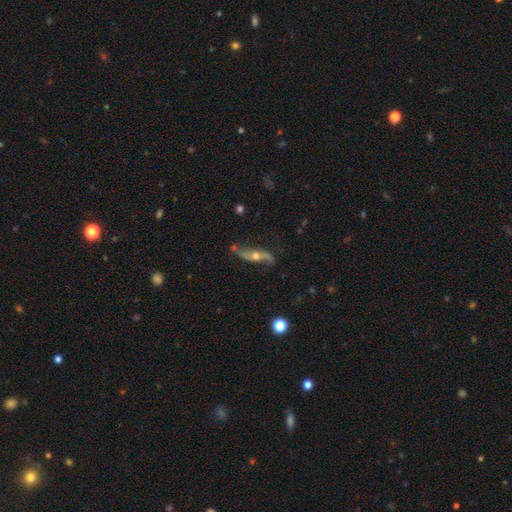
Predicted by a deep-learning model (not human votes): A featured or disk galaxy (80%) with no bar (64%), 2 (91%) loose (84%) spiral arms (90%) and a moderate central bulge (64%). Merging: none (65%).